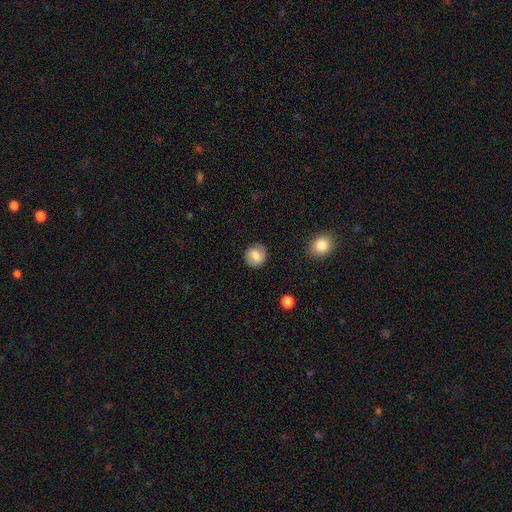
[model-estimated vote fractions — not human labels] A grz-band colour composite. It shows a smooth galaxy with no disk features (62%) that is round (82%). Merging: none (83%).